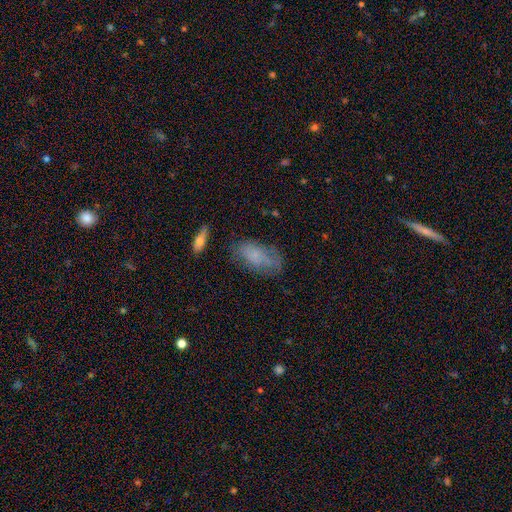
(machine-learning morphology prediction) This is likely a smooth galaxy (64%). How rounded: clearly in between (91%). Merging: possibly none (55%).